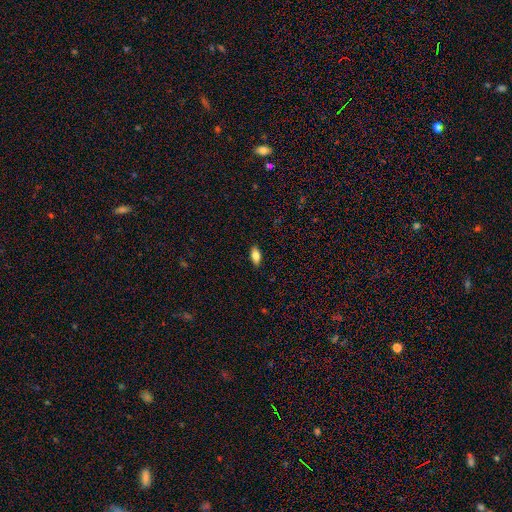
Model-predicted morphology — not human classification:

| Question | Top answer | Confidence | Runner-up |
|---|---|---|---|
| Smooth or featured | smooth | 79% | featured or disk (13%) |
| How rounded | in between | 87% | cigar-shaped (10%) |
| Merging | none | 88% | minor disturbance (9%) |